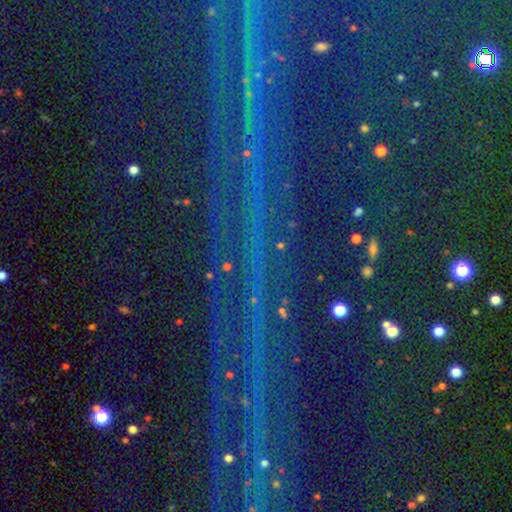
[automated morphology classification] A star or artifact, not a galaxy (82%).

Vote fractions:
- Smooth or featured? star or artifact: 82% / smooth: 10% / featured or disk: 9%